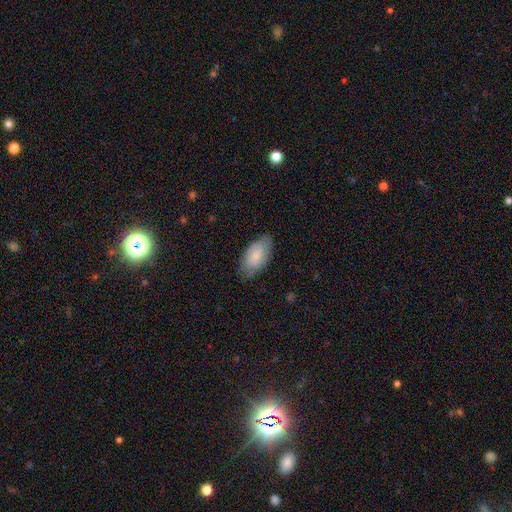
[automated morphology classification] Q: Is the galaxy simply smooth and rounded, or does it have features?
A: smooth — 79%.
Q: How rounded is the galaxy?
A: in between — 94%.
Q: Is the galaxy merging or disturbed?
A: none — 75%.